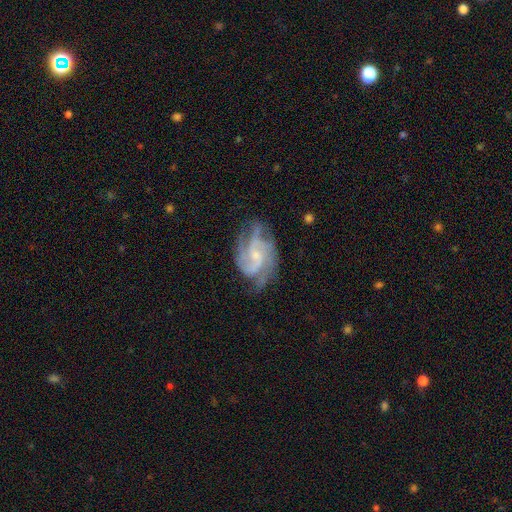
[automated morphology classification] featured or disk 88%, smooth 6%, star or artifact 6%. Down the decision tree: edge-on disk — no (98%); bar — no (47%); spiral arms — yes (97%); spiral arm count — 3 (39%); spiral winding — medium (50%); bulge size — small (61%); merging — none (67%).